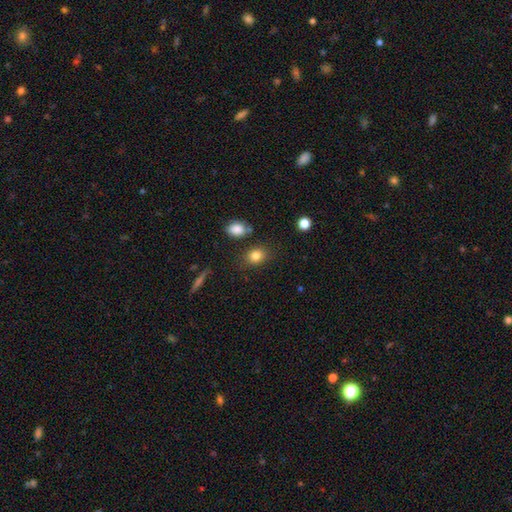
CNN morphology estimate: A smooth galaxy with no disk features (83%) that is in between round and cigar-shaped (52%).

Vote fractions:
- Smooth or featured? smooth: 83% / star or artifact: 10% / featured or disk: 7%
- How rounded? in between: 52% / round: 47% / cigar-shaped: 2%
- Merging? none: 79% / minor disturbance: 12% / merger: 6% / major disturbance: 4%